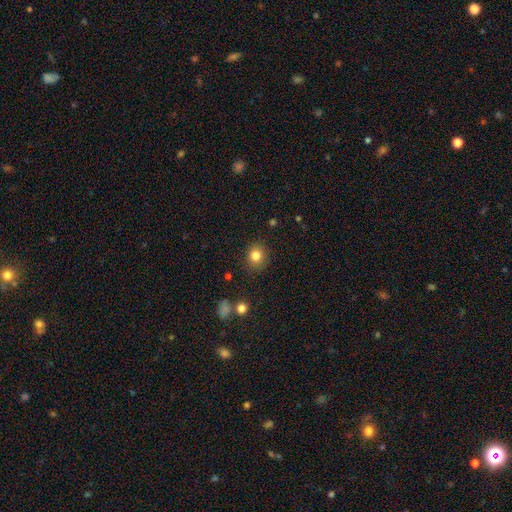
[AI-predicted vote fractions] A smooth galaxy with no disk features (82%) that is round (78%). Merging: none (87%).